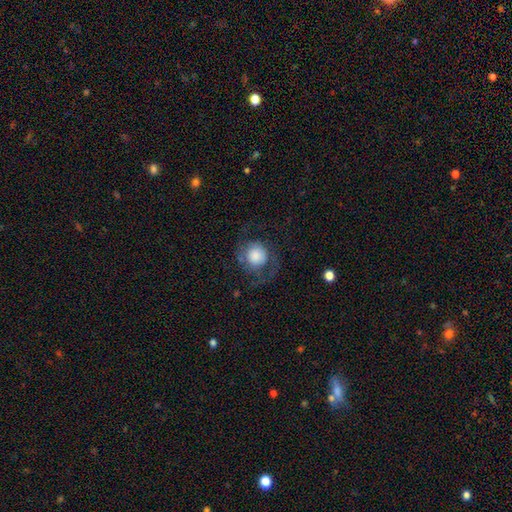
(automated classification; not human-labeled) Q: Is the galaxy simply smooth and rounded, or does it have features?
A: smooth — 58%.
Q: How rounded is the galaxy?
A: round — 87%.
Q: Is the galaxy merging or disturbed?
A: none — 58%.